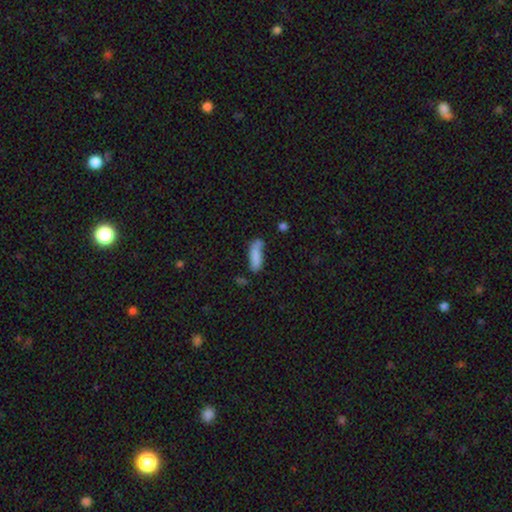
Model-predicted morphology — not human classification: smooth-or-featured: smooth: 80% | featured or disk: 13% | star or artifact: 8%
  how-rounded: in between: 56% | cigar-shaped: 41% | round: 2%
  merging: none: 50% | minor disturbance: 27% | merger: 12% | major disturbance: 11%